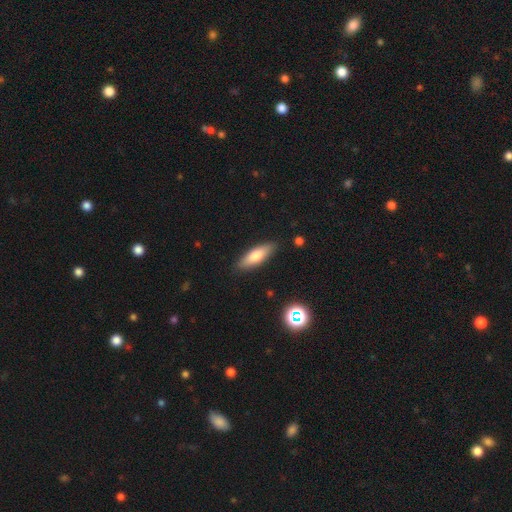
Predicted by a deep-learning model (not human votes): This appears to be a smooth galaxy with no disk features (74%) that is in between round and cigar-shaped (53%). Merging: none (87%).